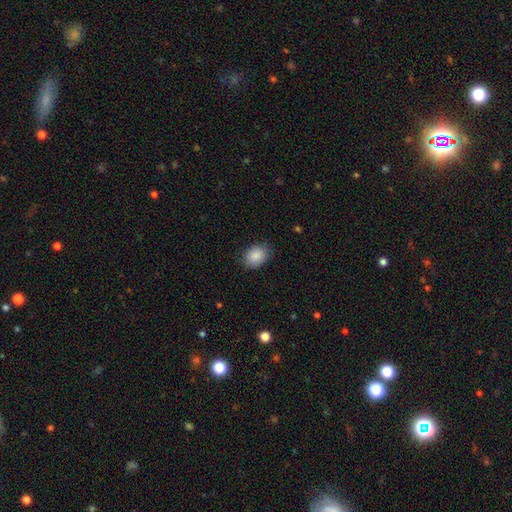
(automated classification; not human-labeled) Smooth or featured? smooth (88%)
How rounded? in between (70%)
Merging? none (82%)